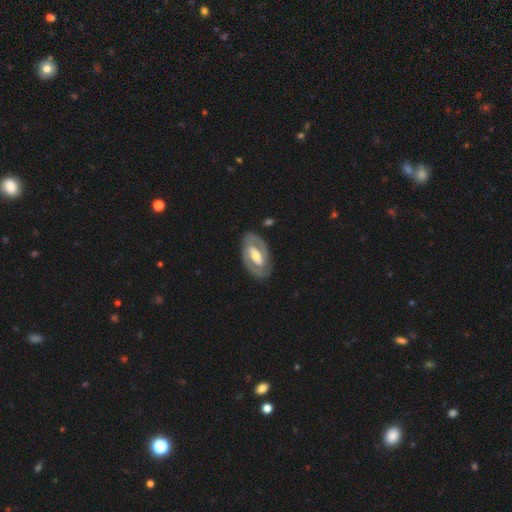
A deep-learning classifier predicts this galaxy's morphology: Smooth or featured?
  - featured or disk: 77% *
  - smooth: 19%
  - star or artifact: 4%
Edge-on disk?
  - no: 94% *
  - yes: 6%
Bar?
  - strong: 49% *
  - weak: 33%
  - no: 19%
Spiral arms?
  - yes: 70% *
  - no: 30%
Spiral winding?
  - tight: 51% *
  - medium: 38%
  - loose: 11%
Spiral arm count?
  - 2: 82% *
  - can't tell: 11%
  - 1: 3%
  - 3: 1%
  - 4: 1%
  - more than 4: 1%
Bulge size?
  - moderate: 60% *
  - small: 24%
  - large: 13%
  - none: 2%
  - dominant: 1%
Merging?
  - none: 84% *
  - minor disturbance: 11%
  - major disturbance: 4%
  - merger: 1%